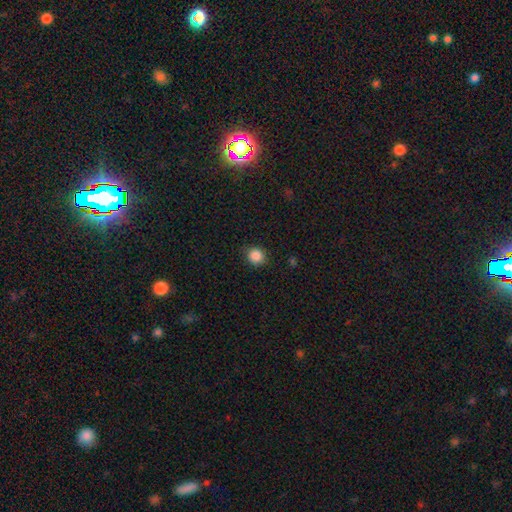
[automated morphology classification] type=smooth (87%); roundness=round (85%); merging=none (86%).